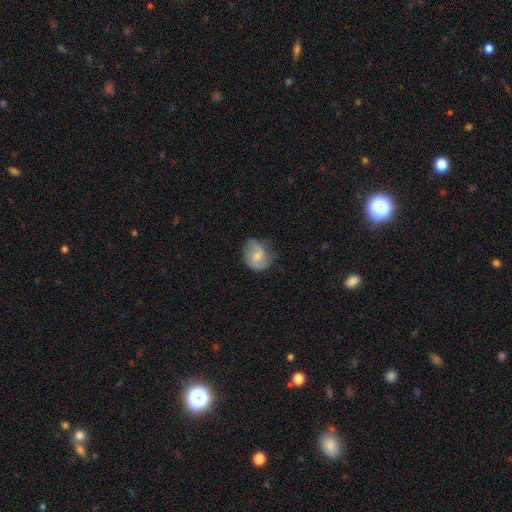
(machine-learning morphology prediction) smooth-or-featured: featured or disk: 51% | smooth: 41% | star or artifact: 7%
  disk-edge-on: no: 97% | yes: 3%
  merging: none: 62% | minor disturbance: 28% | major disturbance: 9% | merger: 1%